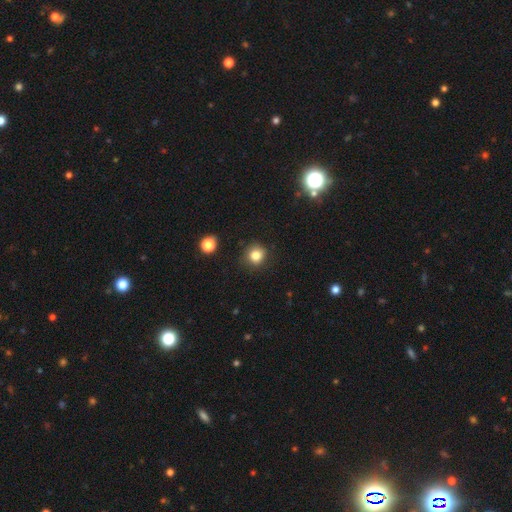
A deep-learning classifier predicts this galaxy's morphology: A smooth galaxy with no disk features (82%) that is round (88%).

Vote fractions:
- Smooth or featured? smooth: 82% / star or artifact: 12% / featured or disk: 6%
- How rounded? round: 88% / in between: 11% / cigar-shaped: 1%
- Merging? none: 85% / minor disturbance: 11% / major disturbance: 3% / merger: 2%